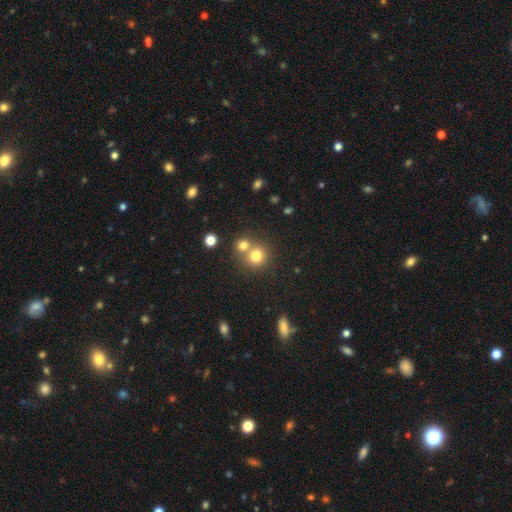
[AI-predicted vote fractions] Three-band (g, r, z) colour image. It shows a smooth galaxy with no disk features (77%) that is round (86%). Merging: none (50%).